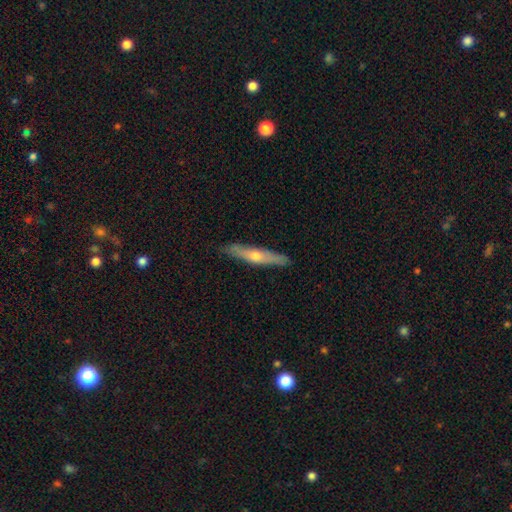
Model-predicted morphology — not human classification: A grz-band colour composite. It shows a featured or disk galaxy (52%) viewed edge-on (87%). Merging: none (87%).